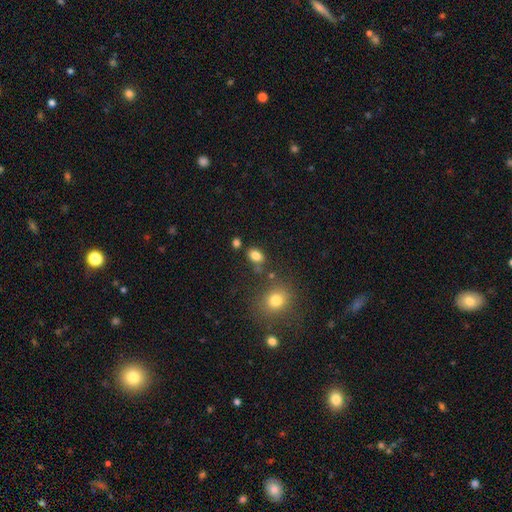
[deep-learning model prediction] The model was most divided on "merging": none: 73%, minor disturbance: 13%, merger: 9%, major disturbance: 4%. More confident: smooth or featured — smooth (82%); how rounded — in between (80%).